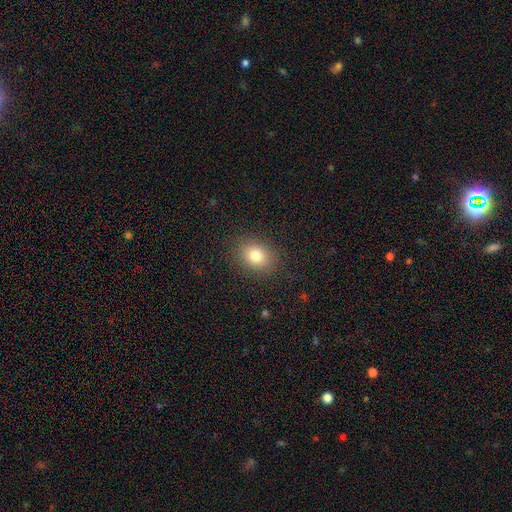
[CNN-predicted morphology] This appears to be a smooth galaxy with no disk features (79%) that is in between round and cigar-shaped (57%). Merging: none (87%).